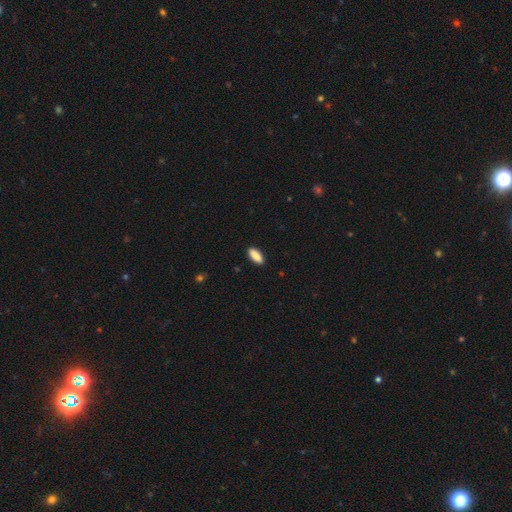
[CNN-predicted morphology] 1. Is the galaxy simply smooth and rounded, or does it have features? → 90% smooth, 6% star or artifact, 4% featured or disk.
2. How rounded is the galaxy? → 78% in between, 20% cigar-shaped, 2% round.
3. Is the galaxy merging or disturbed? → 90% none, 8% minor disturbance, 2% major disturbance, 1% merger.